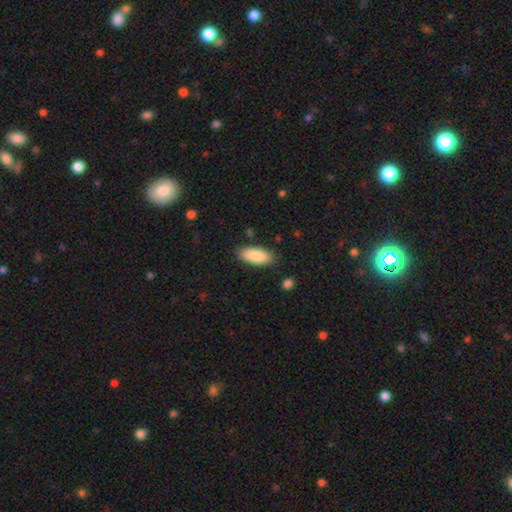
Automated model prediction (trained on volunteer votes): smooth_or_featured: smooth (p=0.86) [alt: featured or disk p=0.08]
how_rounded: in between (p=0.87) [alt: cigar-shaped p=0.11]
merging: none (p=0.84) [alt: minor disturbance p=0.12]